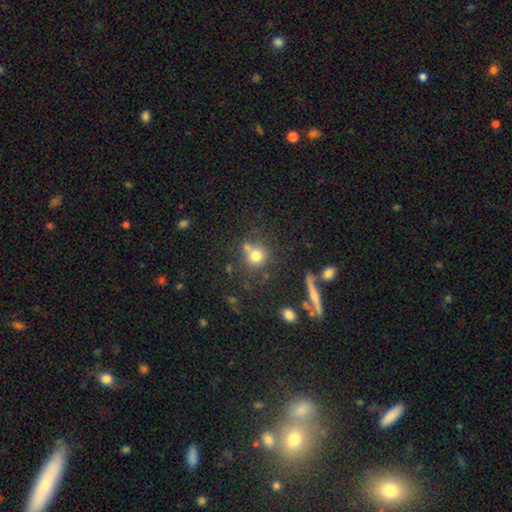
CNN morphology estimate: Smooth or featured? Predicted: smooth (p=0.74). How rounded? Predicted: round (p=0.86). Merging? Predicted: none (p=0.59).